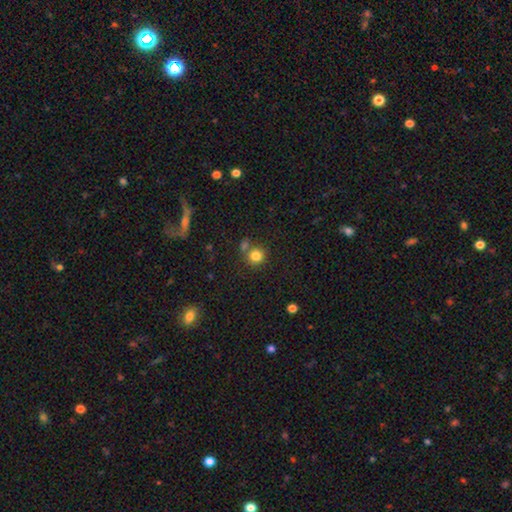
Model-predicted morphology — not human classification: Smooth or featured: smooth — 82% (star or artifact — 12%)
How rounded: round — 91% (in between — 8%)
Merging: none — 70% (merger — 18%)